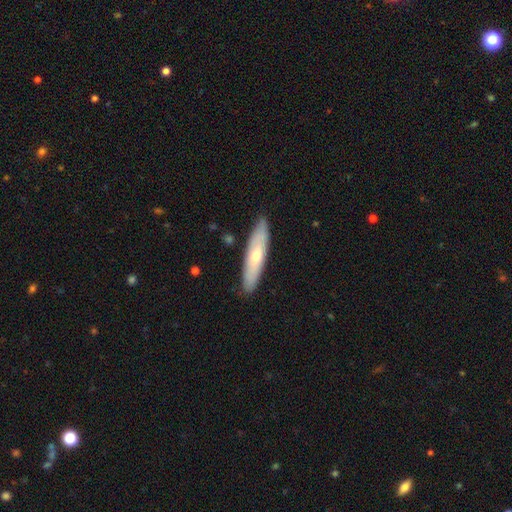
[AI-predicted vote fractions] smooth_or_featured: smooth (p=0.54) [alt: featured or disk p=0.41]
how_rounded: cigar-shaped (p=0.77) [alt: in between p=0.21]
merging: none (p=0.87) [alt: minor disturbance p=0.10]